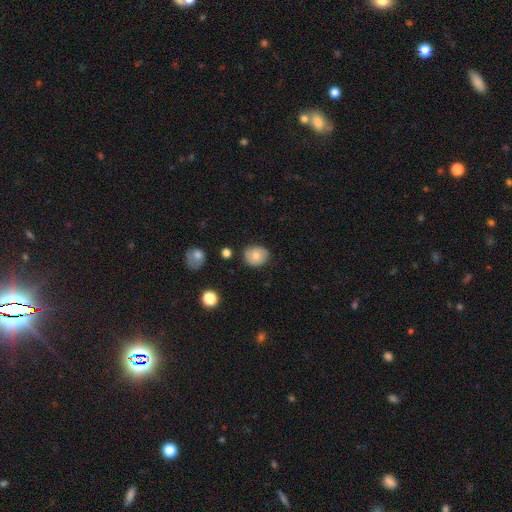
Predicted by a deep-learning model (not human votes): Overall: smooth (73%). How rounded: round (62%; in between 37%). Merging: none (82%).